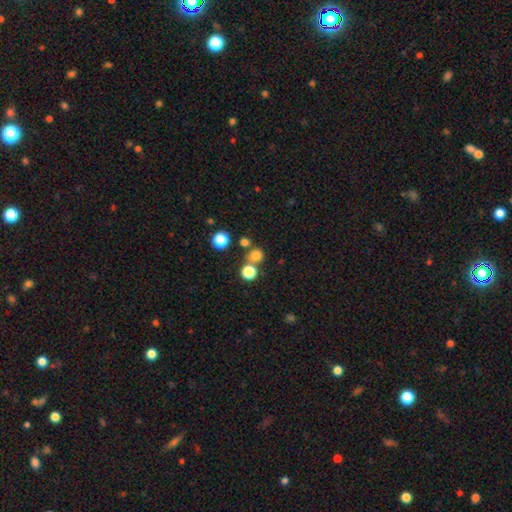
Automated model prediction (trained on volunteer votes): A smooth galaxy with no disk features (75%) that is round (87%). Merging: none (66%).